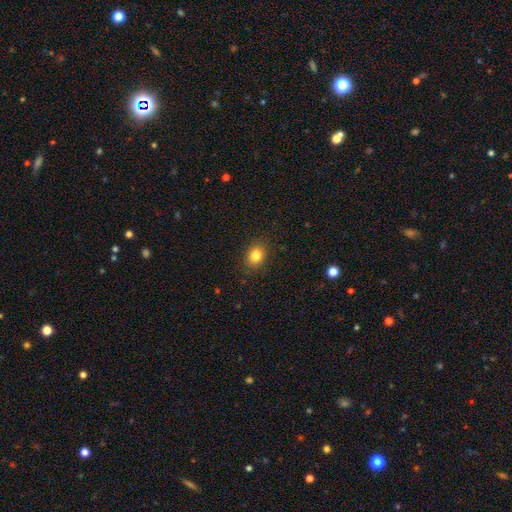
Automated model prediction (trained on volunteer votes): A smooth galaxy with no disk features (84%) that is round (55%).

Vote fractions:
- Smooth or featured? smooth: 84% / star or artifact: 11% / featured or disk: 6%
- How rounded? round: 55% / in between: 44% / cigar-shaped: 1%
- Merging? none: 88% / minor disturbance: 9% / major disturbance: 3% / merger: 1%